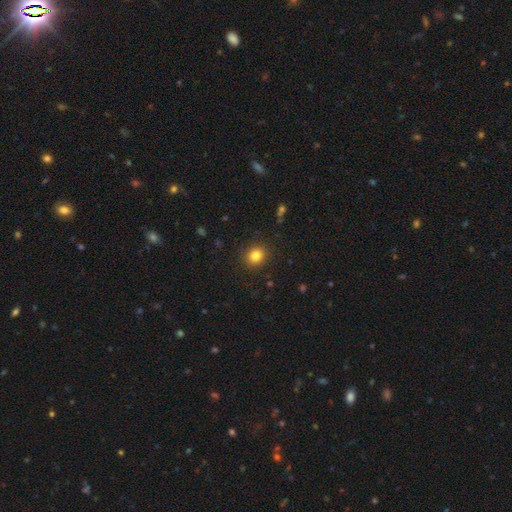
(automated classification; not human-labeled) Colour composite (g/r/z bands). It shows a smooth galaxy with no disk features (83%) that is round (79%). Merging: none (89%).